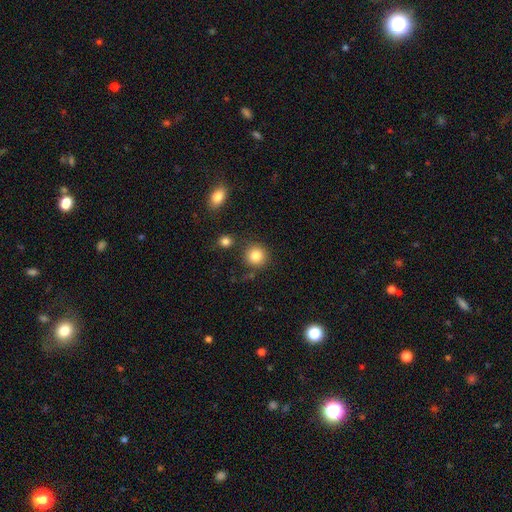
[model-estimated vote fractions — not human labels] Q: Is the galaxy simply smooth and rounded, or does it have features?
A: smooth — 84%.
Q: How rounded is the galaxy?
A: round — 92%.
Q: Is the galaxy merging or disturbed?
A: none — 82%.